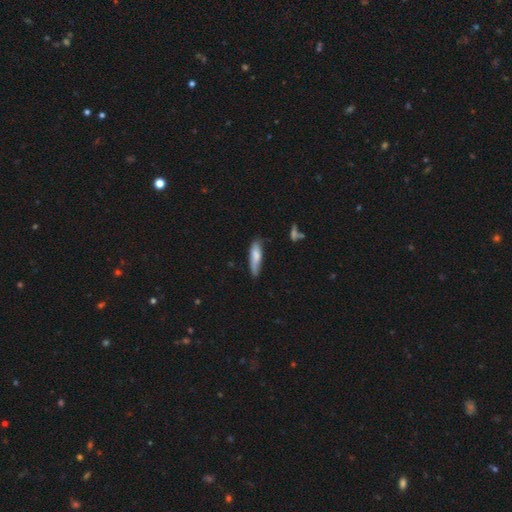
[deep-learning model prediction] smooth-or-featured: smooth: 75% | featured or disk: 19% | star or artifact: 6%
  how-rounded: cigar-shaped: 70% | in between: 28% | round: 2%
  merging: none: 61% | minor disturbance: 29% | major disturbance: 6% | merger: 3%